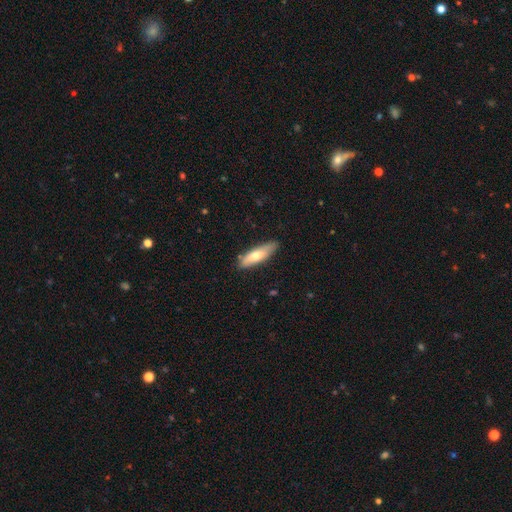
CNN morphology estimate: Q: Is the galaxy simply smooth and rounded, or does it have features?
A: smooth — 64%.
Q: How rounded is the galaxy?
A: cigar-shaped — 60%.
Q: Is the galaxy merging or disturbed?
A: none — 83%.